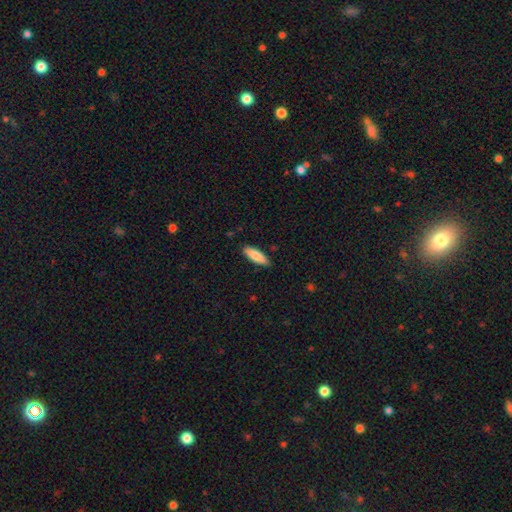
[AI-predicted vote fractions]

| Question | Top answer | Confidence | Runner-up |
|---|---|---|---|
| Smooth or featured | smooth | 82% | featured or disk (12%) |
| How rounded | cigar-shaped | 50% | in between (49%) |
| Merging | none | 87% | minor disturbance (10%) |